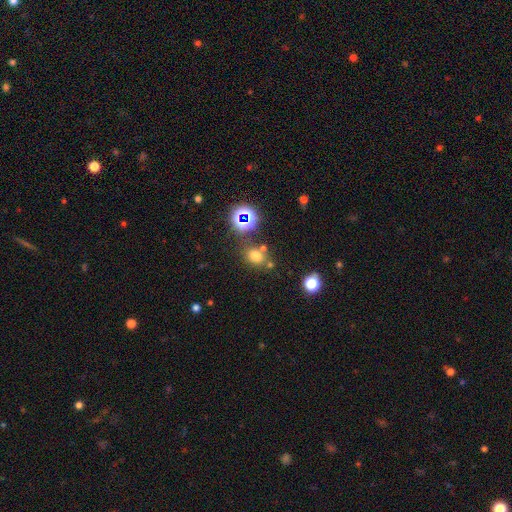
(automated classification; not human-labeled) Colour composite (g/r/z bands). It shows a smooth galaxy with no disk features (67%) that is round (55%). Merging: none (69%).